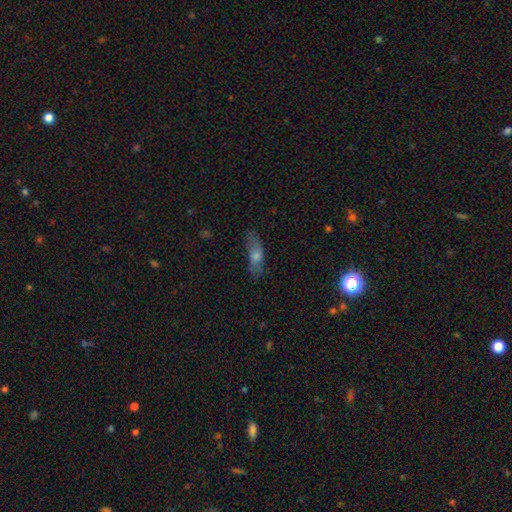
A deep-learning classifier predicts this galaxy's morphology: smooth 56%, featured or disk 32%, star or artifact 12%. Down the decision tree: how rounded — in between (51%); merging — none (70%).